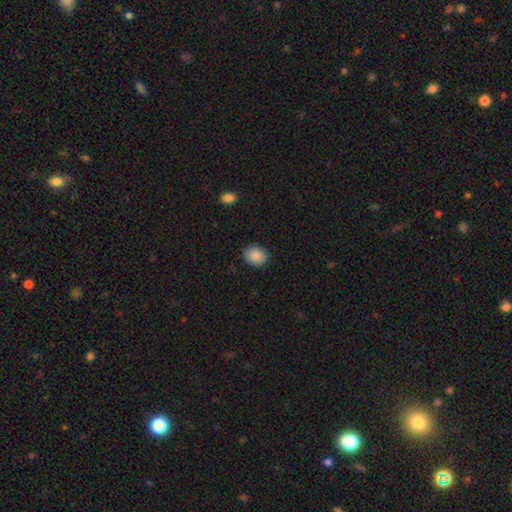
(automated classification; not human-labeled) Smooth or featured: smooth — 89% (star or artifact — 8%)
How rounded: round — 61% (in between — 38%)
Merging: none — 88% (minor disturbance — 9%)